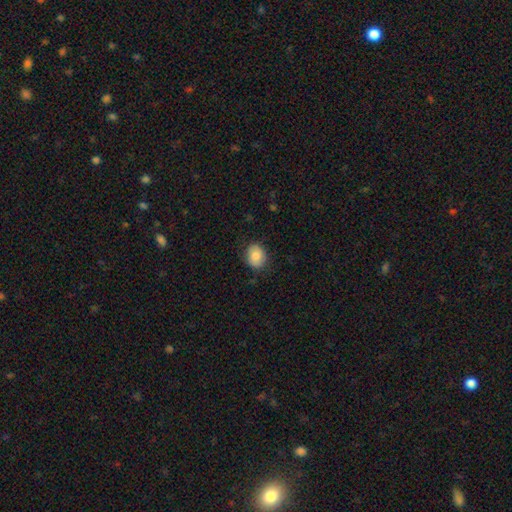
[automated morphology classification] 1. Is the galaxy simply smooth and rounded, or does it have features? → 83% smooth, 10% featured or disk, 7% star or artifact.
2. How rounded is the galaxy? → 52% in between, 48% round, 1% cigar-shaped.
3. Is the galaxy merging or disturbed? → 82% none, 14% minor disturbance, 3% major disturbance, 1% merger.